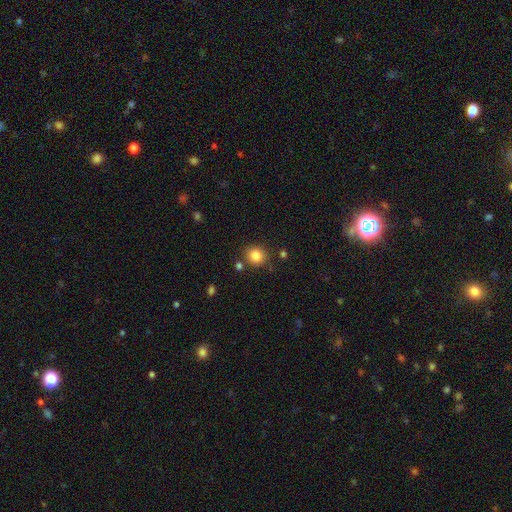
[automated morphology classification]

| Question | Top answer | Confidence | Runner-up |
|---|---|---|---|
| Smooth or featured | smooth | 84% | star or artifact (11%) |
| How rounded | round | 84% | in between (15%) |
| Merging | none | 81% | minor disturbance (10%) |